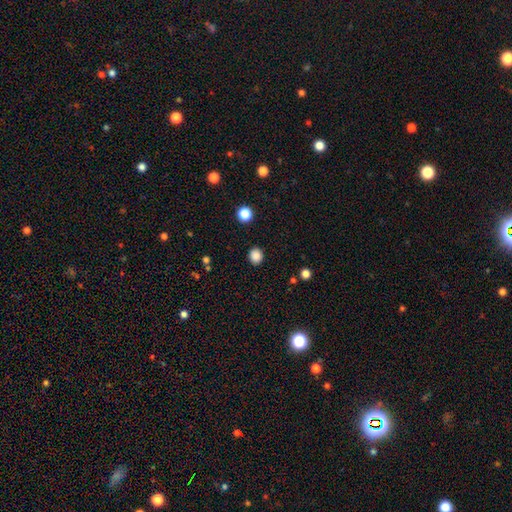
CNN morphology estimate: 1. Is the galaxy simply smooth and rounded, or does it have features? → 86% smooth, 11% star or artifact, 3% featured or disk.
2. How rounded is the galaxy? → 75% round, 24% in between, 1% cigar-shaped.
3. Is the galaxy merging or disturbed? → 90% none, 7% minor disturbance, 2% major disturbance, 1% merger.